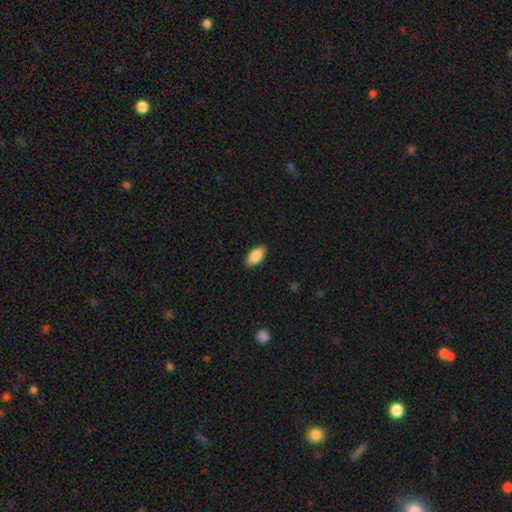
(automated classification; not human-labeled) A smooth galaxy with no disk features (86%) that is in between round and cigar-shaped (91%). Merging: none (88%).